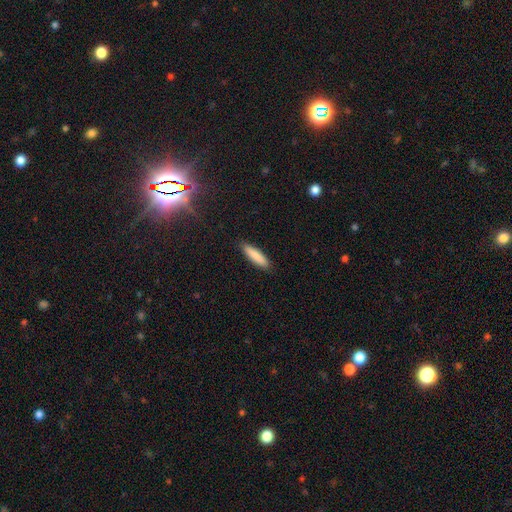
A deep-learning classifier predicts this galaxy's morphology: Smooth or featured?
  - smooth: 85% *
  - featured or disk: 9%
  - star or artifact: 6%
How rounded?
  - cigar-shaped: 76% *
  - in between: 23%
  - round: 1%
Merging?
  - none: 89% *
  - minor disturbance: 8%
  - major disturbance: 2%
  - merger: 1%